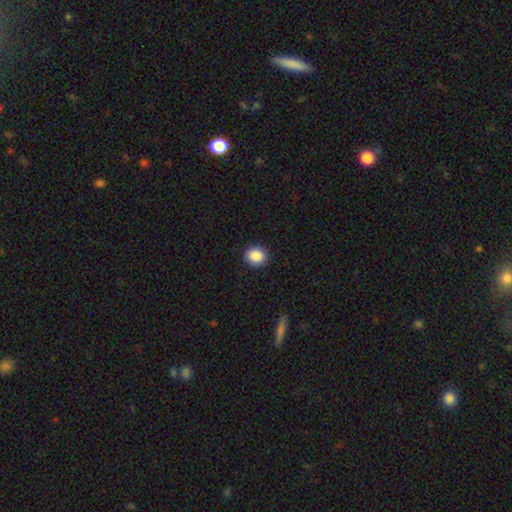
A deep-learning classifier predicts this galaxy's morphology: Smooth or featured? smooth (88%)
How rounded? round (71%)
Merging? none (90%)